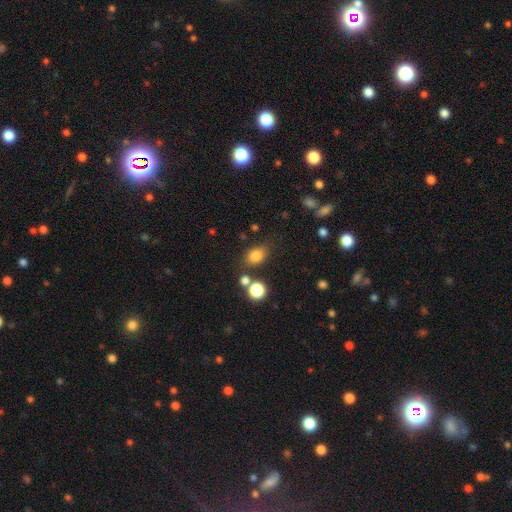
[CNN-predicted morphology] Smooth or featured? Predicted: smooth (p=0.80). How rounded? Predicted: in between (p=0.68). Merging? Predicted: none (p=0.72).